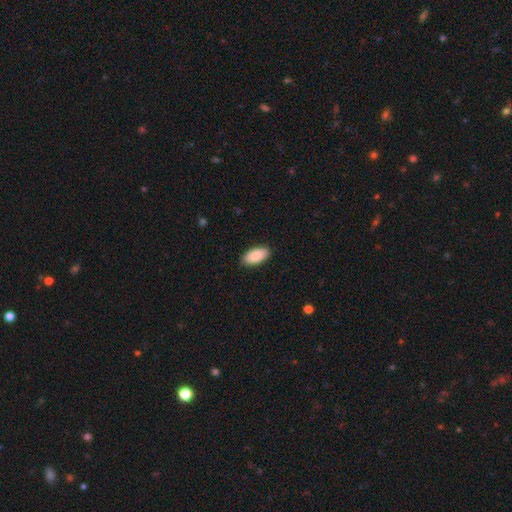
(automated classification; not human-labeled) Smooth or featured: smooth — 88% (featured or disk — 6%)
How rounded: in between — 93% (cigar-shaped — 5%)
Merging: none — 89% (minor disturbance — 8%)